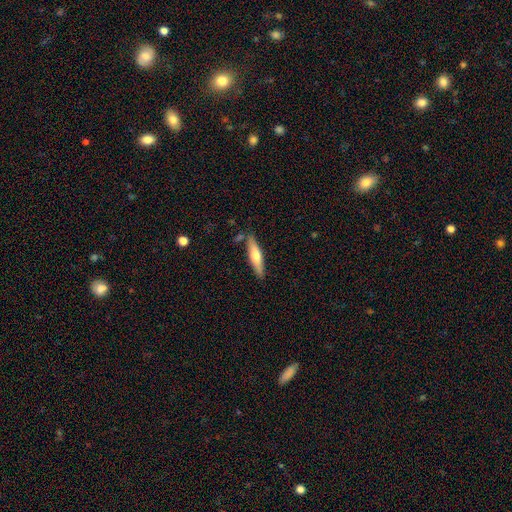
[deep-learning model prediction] Q: Smooth or featured?
A: smooth (53%); runner-up: featured or disk (42%)
Q: How rounded?
A: cigar-shaped (78%); runner-up: in between (20%)
Q: Merging?
A: none (82%); runner-up: minor disturbance (11%)